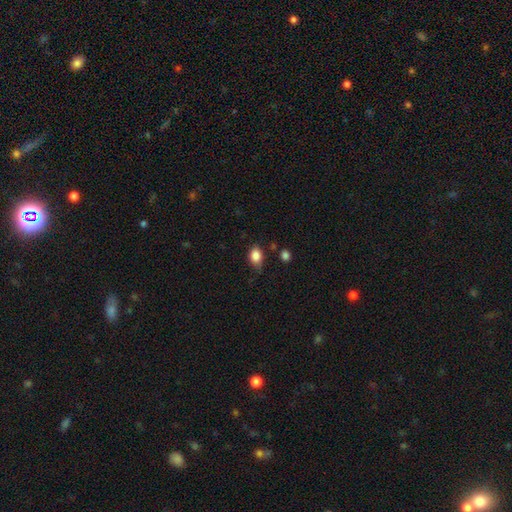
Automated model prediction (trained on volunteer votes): A smooth galaxy with no disk features (85%) that is in between round and cigar-shaped (72%).

Vote fractions:
- Smooth or featured? smooth: 85% / star or artifact: 9% / featured or disk: 6%
- How rounded? in between: 72% / round: 26% / cigar-shaped: 2%
- Merging? none: 64% / minor disturbance: 27% / major disturbance: 5% / merger: 3%